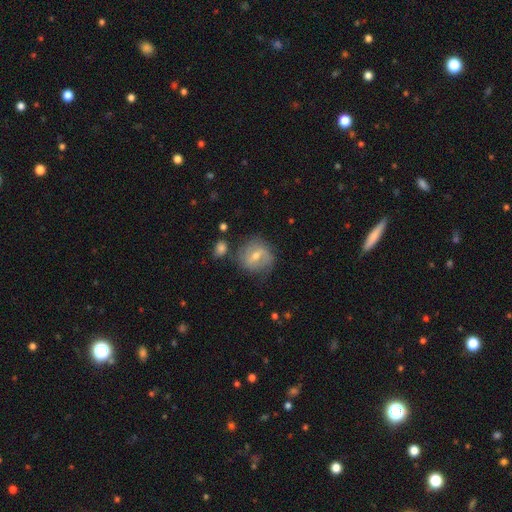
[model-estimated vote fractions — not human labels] The model was most divided on "bulge size": moderate: 54%, small: 42%, large: 2%, none: 2%, dominant: 1%. More confident: edge-on disk — no (95%); merging — none (71%); spiral arms — yes (70%); smooth or featured — featured or disk (59%); bar — weak (50%).